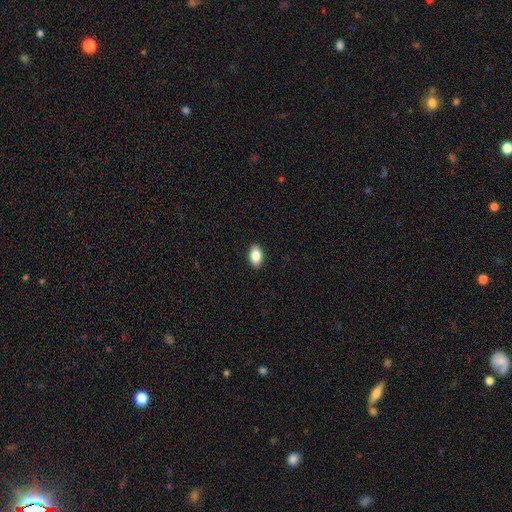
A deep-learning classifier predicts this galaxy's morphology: Overall: smooth (87%). How rounded: in between (91%). Merging: none (90%).